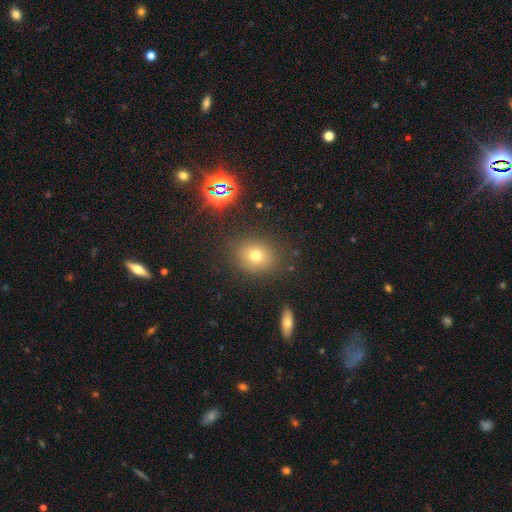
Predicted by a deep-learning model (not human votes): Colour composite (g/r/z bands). It shows a smooth galaxy with no disk features (66%) that is round (61%). Merging: none (85%).